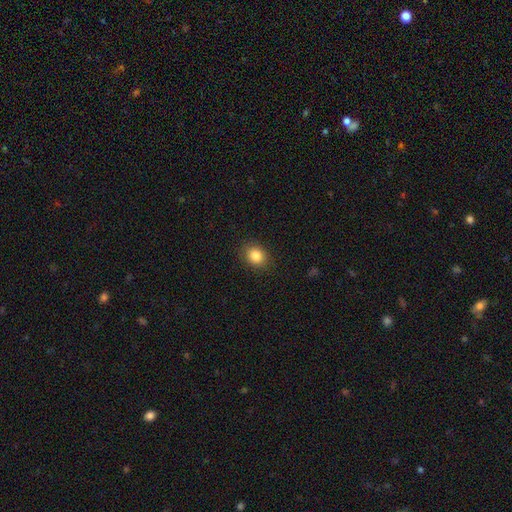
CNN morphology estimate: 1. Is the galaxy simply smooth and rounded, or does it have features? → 85% smooth, 10% star or artifact, 5% featured or disk.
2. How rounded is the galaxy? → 61% round, 38% in between, 1% cigar-shaped.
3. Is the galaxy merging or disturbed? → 88% none, 8% minor disturbance, 2% major disturbance, 1% merger.